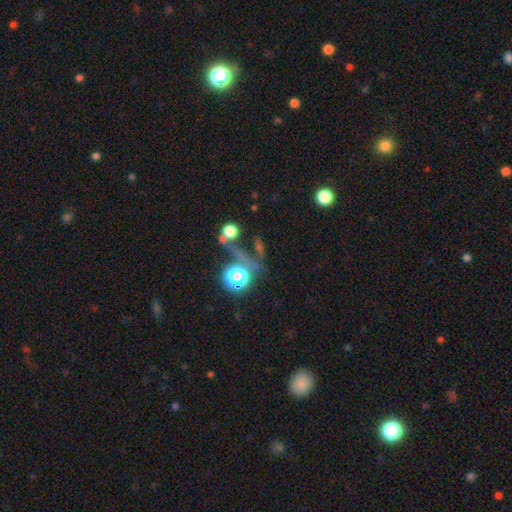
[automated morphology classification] This appears to be a star or artifact, not a galaxy (65%).